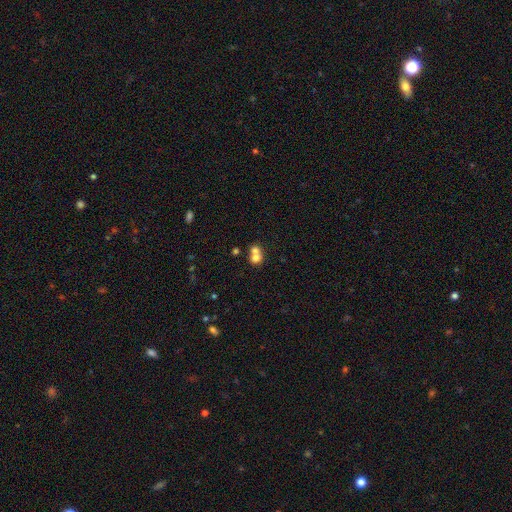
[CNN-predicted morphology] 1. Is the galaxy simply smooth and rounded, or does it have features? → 71% smooth, 17% featured or disk, 11% star or artifact.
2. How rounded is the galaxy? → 73% round, 26% in between, 1% cigar-shaped.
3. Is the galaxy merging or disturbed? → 62% merger, 29% none, 5% minor disturbance, 3% major disturbance.